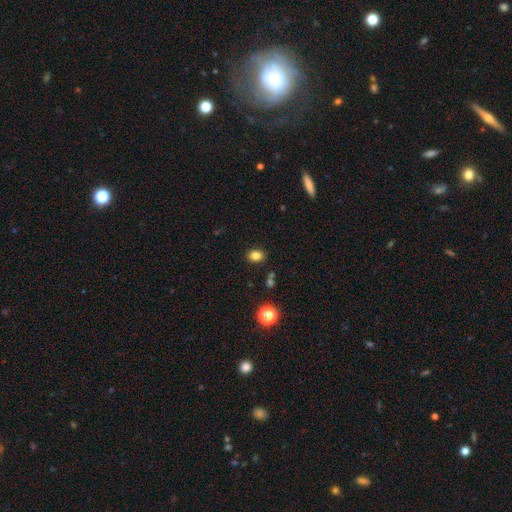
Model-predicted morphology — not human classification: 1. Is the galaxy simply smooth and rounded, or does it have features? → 82% smooth, 13% star or artifact, 6% featured or disk.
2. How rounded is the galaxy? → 56% in between, 43% round, 1% cigar-shaped.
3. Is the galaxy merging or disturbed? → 86% none, 9% minor disturbance, 3% merger, 2% major disturbance.